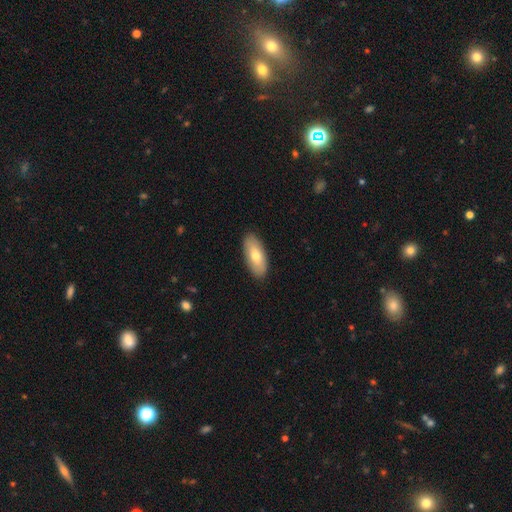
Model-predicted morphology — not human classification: The model was most divided on "smooth or featured": smooth: 71%, featured or disk: 23%, star or artifact: 6%. More confident: merging — none (89%); how rounded — in between (87%).